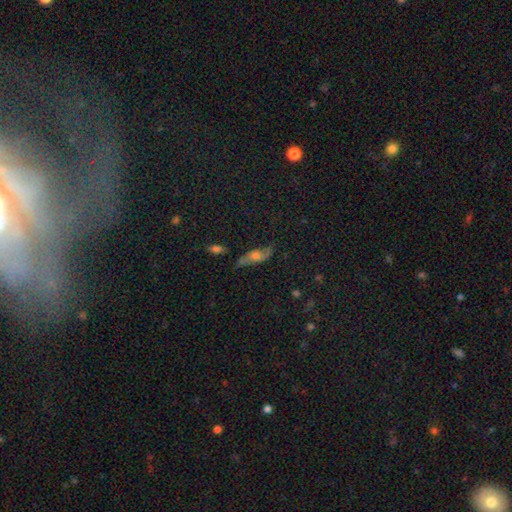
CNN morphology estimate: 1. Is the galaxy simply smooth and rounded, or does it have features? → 54% featured or disk, 35% smooth, 12% star or artifact.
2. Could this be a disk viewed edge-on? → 72% no, 28% yes.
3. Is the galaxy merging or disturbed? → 60% none, 24% minor disturbance, 13% major disturbance, 4% merger.